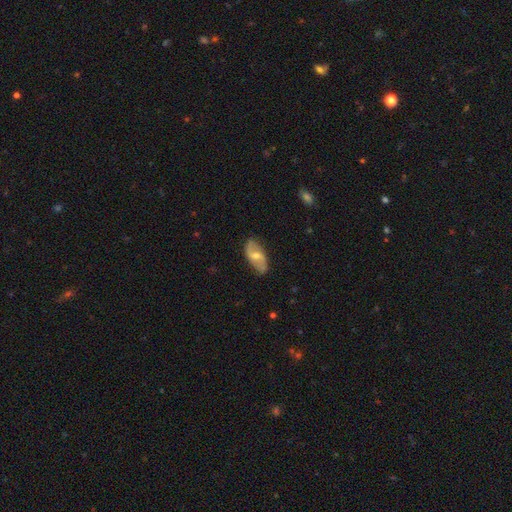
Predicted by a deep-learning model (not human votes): smooth_or_featured: featured or disk (p=0.70) [alt: smooth p=0.24]
disk_edge_on: no (p=0.93) [alt: yes p=0.07]
bar: weak (p=0.48) [alt: no p=0.36]
has_spiral_arms: yes (p=0.86) [alt: no p=0.14]
spiral_winding: loose (p=0.48) [alt: medium p=0.36]
spiral_arm_count: 2 (p=0.87) [alt: can't tell p=0.08]
bulge_size: moderate (p=0.59) [alt: small p=0.34]
merging: none (p=0.79) [alt: minor disturbance p=0.16]